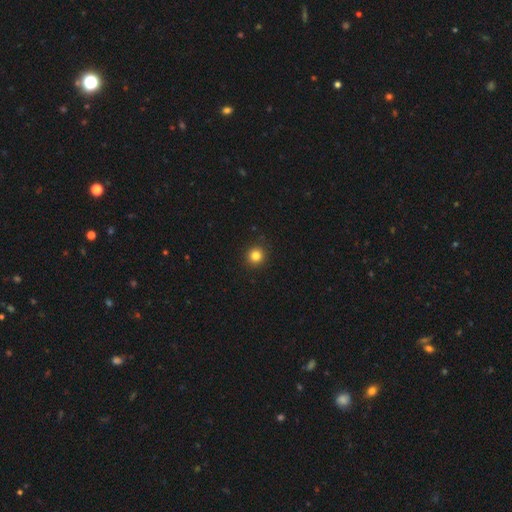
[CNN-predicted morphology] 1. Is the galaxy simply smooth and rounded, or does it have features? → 82% smooth, 13% star or artifact, 5% featured or disk.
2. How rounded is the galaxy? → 93% round, 6% in between, 1% cigar-shaped.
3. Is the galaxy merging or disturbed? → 92% none, 5% minor disturbance, 2% major disturbance, 1% merger.